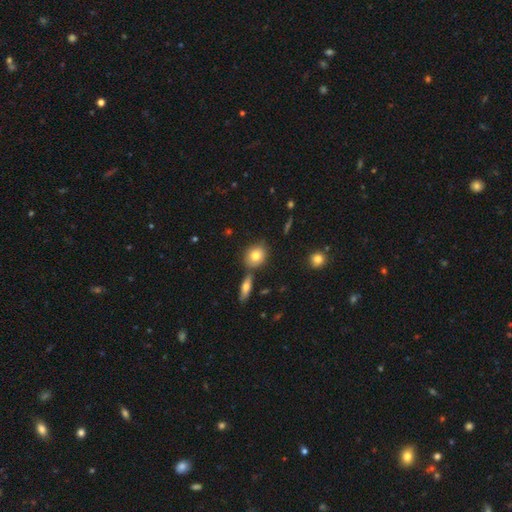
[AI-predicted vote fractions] Smooth or featured? smooth (78%)
How rounded? round (66%)
Merging? none (74%)